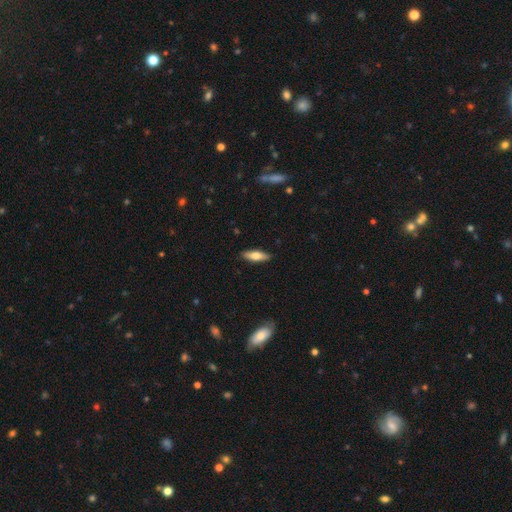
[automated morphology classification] type=smooth (69%); roundness=in between (51%); merging=none (88%).